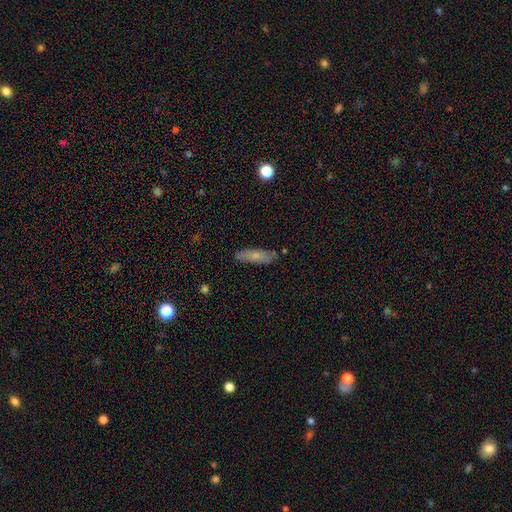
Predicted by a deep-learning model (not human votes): This is likely a smooth galaxy (71%). How rounded: possibly cigar-shaped (55%). Merging: clearly none (81%).